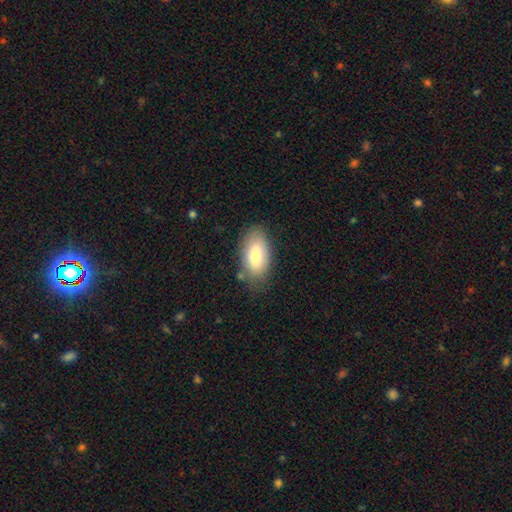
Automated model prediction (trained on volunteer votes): Overall: smooth (80%). How rounded: in between (94%). Merging: none (74%).